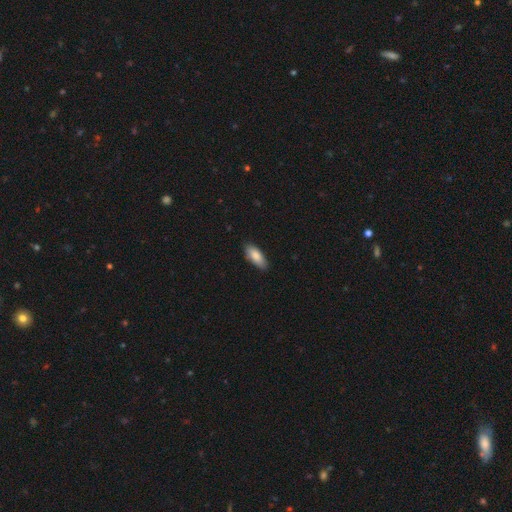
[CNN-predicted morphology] Smooth or featured?
  - smooth: 85% *
  - featured or disk: 9%
  - star or artifact: 6%
How rounded?
  - in between: 81% *
  - cigar-shaped: 17%
  - round: 2%
Merging?
  - none: 85% *
  - minor disturbance: 12%
  - major disturbance: 2%
  - merger: 1%